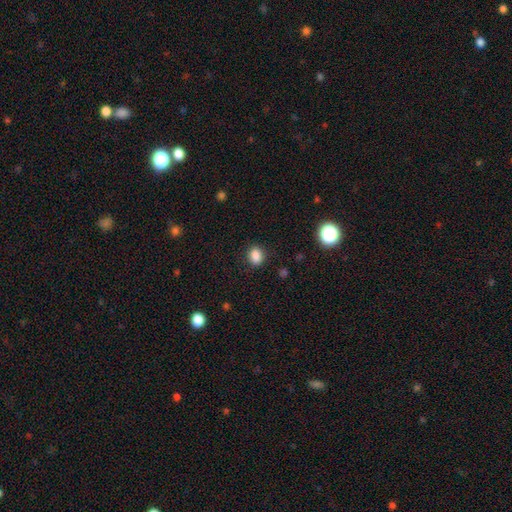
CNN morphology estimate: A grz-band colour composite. It shows a smooth galaxy with no disk features (85%) that is in between round and cigar-shaped (58%). Merging: none (83%).